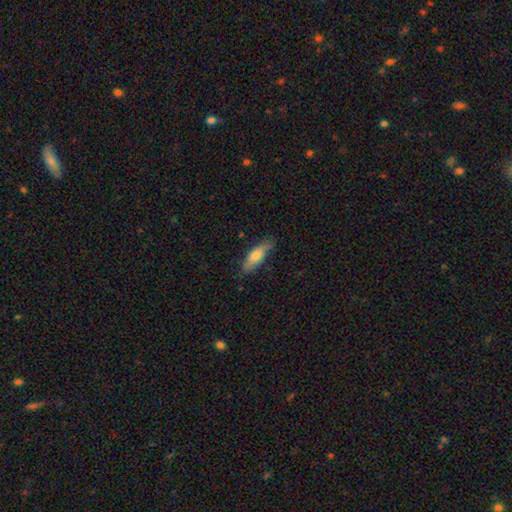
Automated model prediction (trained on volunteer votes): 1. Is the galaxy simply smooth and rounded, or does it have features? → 69% smooth, 25% featured or disk, 6% star or artifact.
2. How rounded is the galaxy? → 51% cigar-shaped, 47% in between, 2% round.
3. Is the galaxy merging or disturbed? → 76% none, 19% minor disturbance, 3% major disturbance, 1% merger.